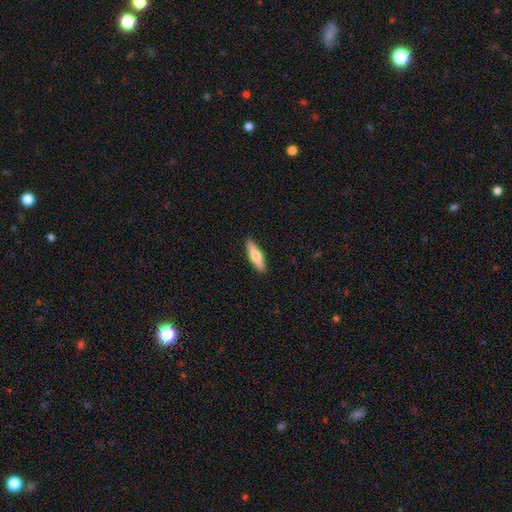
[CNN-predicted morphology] Smooth or featured: smooth — 52% (featured or disk — 43%)
How rounded: cigar-shaped — 70% (in between — 27%)
Merging: none — 91% (minor disturbance — 7%)